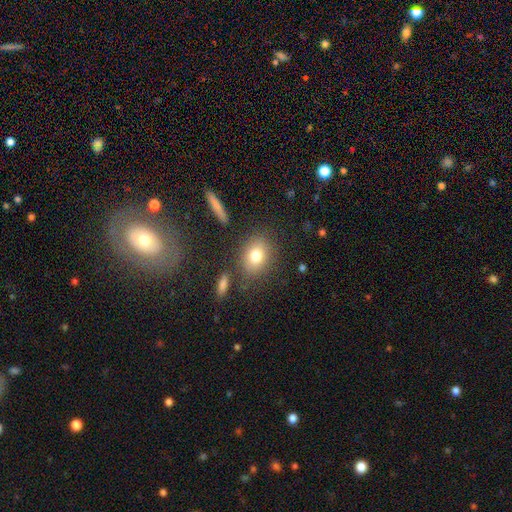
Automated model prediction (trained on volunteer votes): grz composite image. It shows a smooth galaxy with no disk features (78%) that is in between round and cigar-shaped (55%). Merging: none (80%).